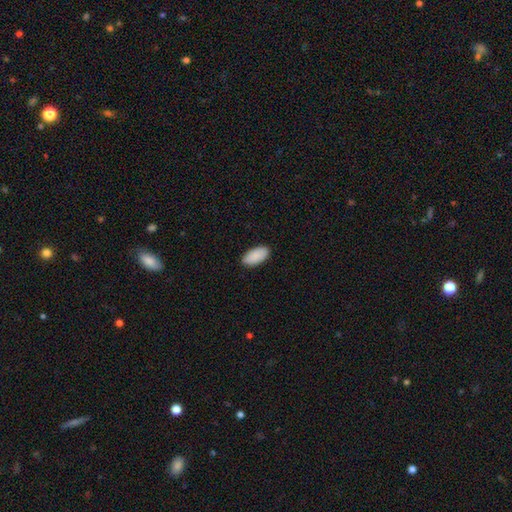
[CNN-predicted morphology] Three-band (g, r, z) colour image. It shows a smooth galaxy with no disk features (91%) that is in between round and cigar-shaped (94%). Merging: none (88%).